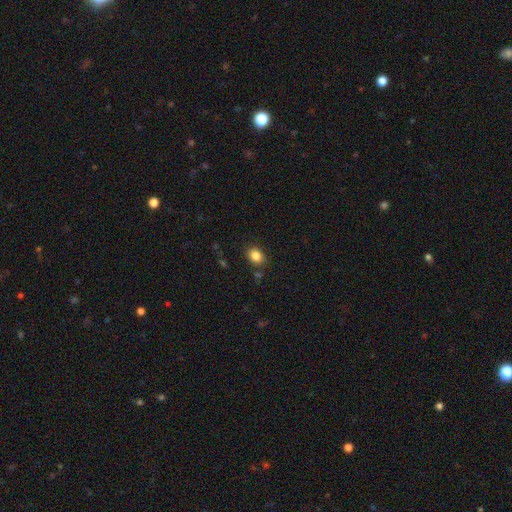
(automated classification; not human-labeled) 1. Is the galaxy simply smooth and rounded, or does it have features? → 84% smooth, 10% star or artifact, 6% featured or disk.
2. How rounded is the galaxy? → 59% in between, 40% round, 1% cigar-shaped.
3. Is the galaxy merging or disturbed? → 84% none, 10% minor disturbance, 3% major disturbance, 3% merger.